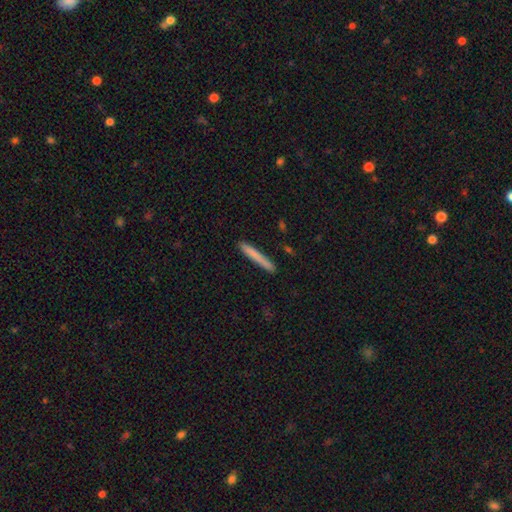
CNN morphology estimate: Q: Smooth or featured?
A: smooth (76%); runner-up: featured or disk (18%)
Q: How rounded?
A: cigar-shaped (97%); runner-up: in between (2%)
Q: Merging?
A: none (90%); runner-up: minor disturbance (7%)